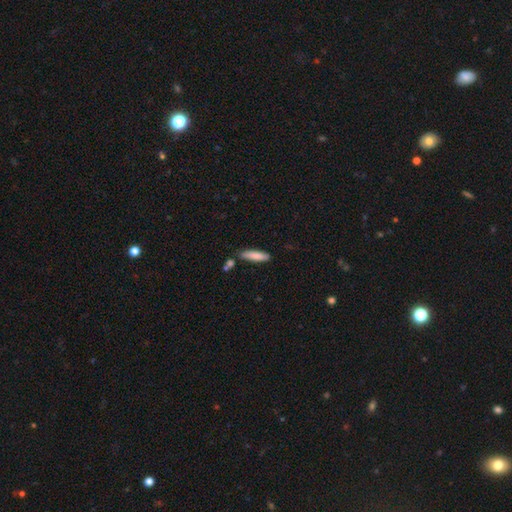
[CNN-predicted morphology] smooth 83%, featured or disk 11%, star or artifact 6%. Down the decision tree: how rounded — cigar-shaped (73%); merging — none (78%).